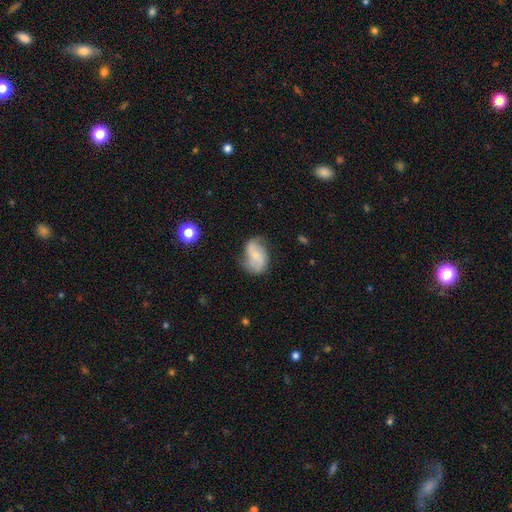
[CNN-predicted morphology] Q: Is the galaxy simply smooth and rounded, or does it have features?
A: featured or disk — 63%.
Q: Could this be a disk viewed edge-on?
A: no — 97%.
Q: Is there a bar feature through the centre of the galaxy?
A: no — 46%.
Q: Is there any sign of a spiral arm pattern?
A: yes — 88%.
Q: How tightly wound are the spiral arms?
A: loose — 51%.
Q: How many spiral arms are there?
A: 2 — 82%.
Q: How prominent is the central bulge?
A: small — 60%.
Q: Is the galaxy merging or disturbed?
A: none — 58%.